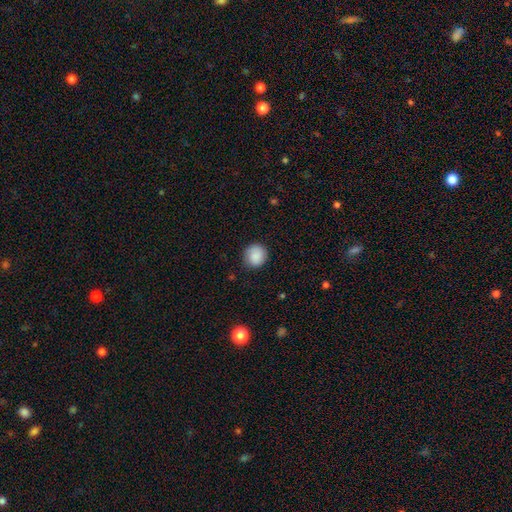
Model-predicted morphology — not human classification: type=smooth (86%); roundness=round (89%); merging=none (84%).